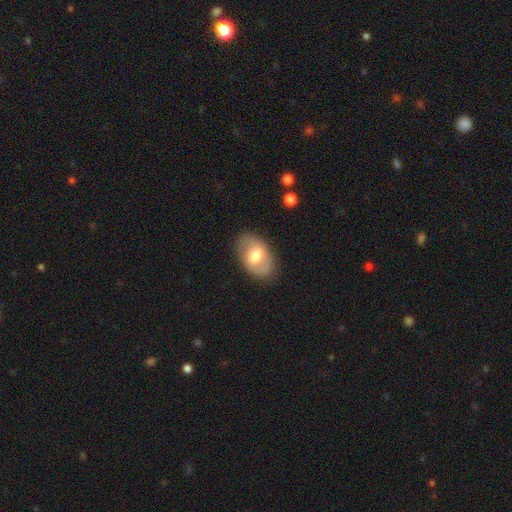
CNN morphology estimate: smooth_or_featured: smooth (p=0.55) [alt: featured or disk p=0.39]
how_rounded: in between (p=0.87) [alt: round p=0.12]
merging: none (p=0.81) [alt: minor disturbance p=0.13]